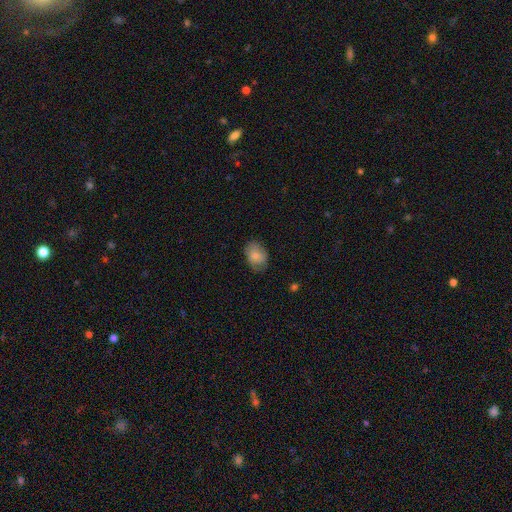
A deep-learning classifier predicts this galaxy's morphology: smooth 80%, featured or disk 13%, star or artifact 7%. Down the decision tree: how rounded — in between (78%); merging — none (74%).